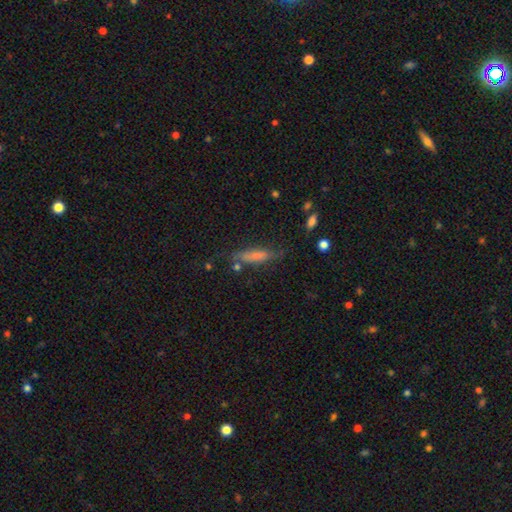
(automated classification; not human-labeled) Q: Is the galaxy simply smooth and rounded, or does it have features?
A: smooth — 68%.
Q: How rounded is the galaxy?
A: cigar-shaped — 71%.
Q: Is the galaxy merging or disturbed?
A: none — 65%.